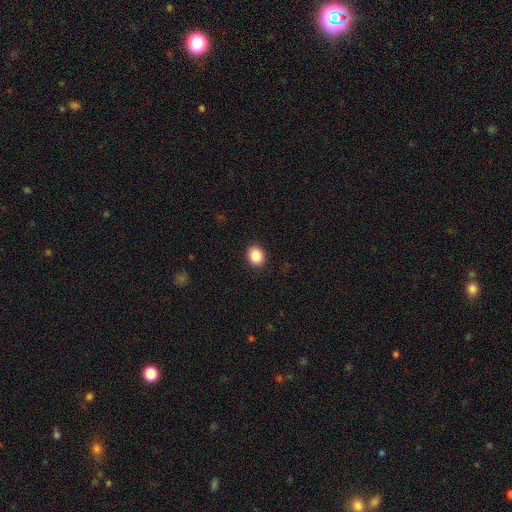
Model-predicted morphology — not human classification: type=smooth (88%); roundness=round (58%); merging=none (90%).